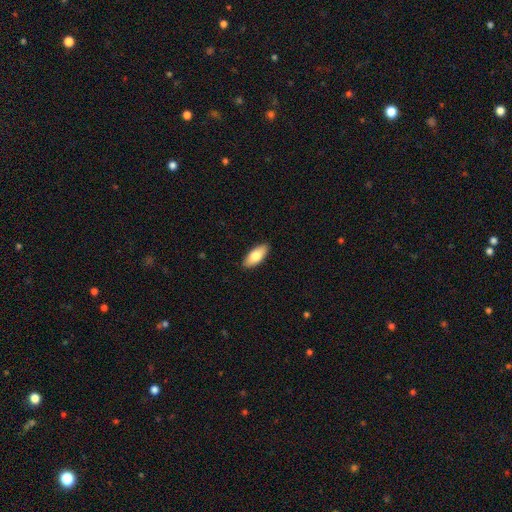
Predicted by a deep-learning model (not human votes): smooth-or-featured: smooth: 78% | featured or disk: 16% | star or artifact: 6%
  how-rounded: in between: 85% | cigar-shaped: 12% | round: 2%
  merging: none: 89% | minor disturbance: 8% | major disturbance: 2% | merger: 1%